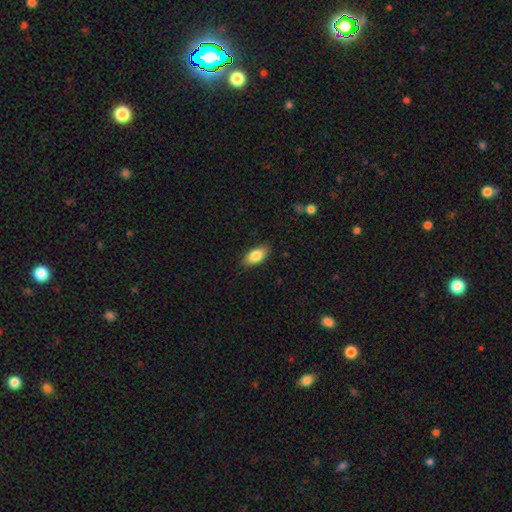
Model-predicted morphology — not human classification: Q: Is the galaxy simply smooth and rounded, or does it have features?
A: smooth — 85%.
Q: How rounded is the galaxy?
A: in between — 89%.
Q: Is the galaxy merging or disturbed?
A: none — 87%.